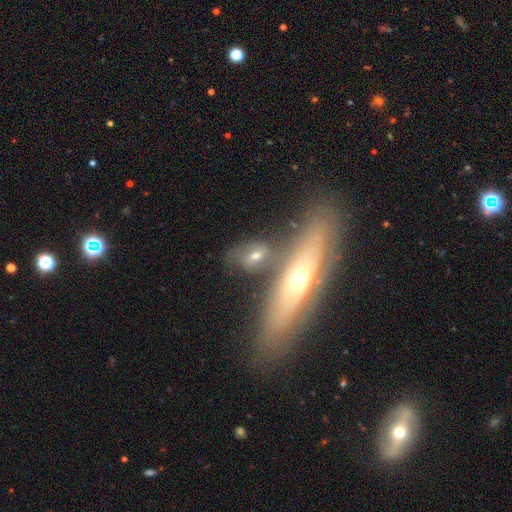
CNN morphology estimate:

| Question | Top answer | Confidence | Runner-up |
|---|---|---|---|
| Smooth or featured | featured or disk | 53% | smooth (40%) |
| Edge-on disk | no | 52% | yes (48%) |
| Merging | none | 60% | merger (22%) |